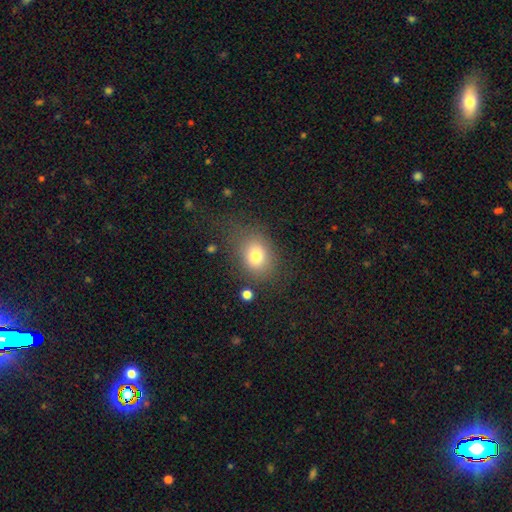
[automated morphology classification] Q: Smooth or featured?
A: smooth (76%); runner-up: star or artifact (12%)
Q: How rounded?
A: in between (52%); runner-up: round (47%)
Q: Merging?
A: none (66%); runner-up: minor disturbance (17%)